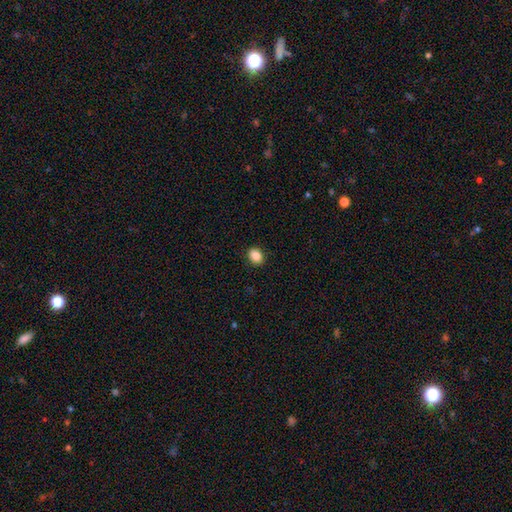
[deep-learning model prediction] Smooth or featured?
  - smooth: 86% *
  - star or artifact: 9%
  - featured or disk: 5%
How rounded?
  - in between: 52% *
  - round: 47%
  - cigar-shaped: 1%
Merging?
  - none: 90% *
  - minor disturbance: 7%
  - major disturbance: 2%
  - merger: 1%